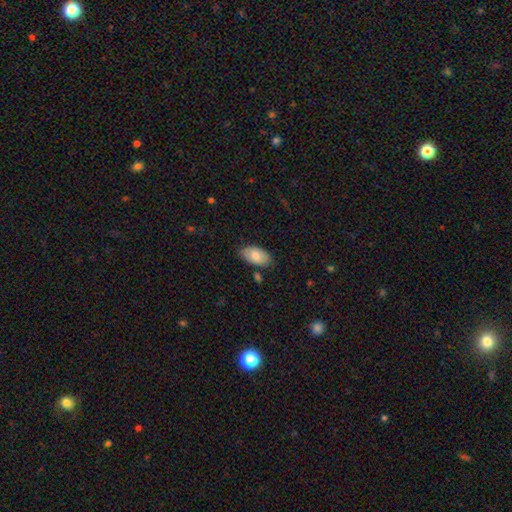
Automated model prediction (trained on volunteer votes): smooth 80%, featured or disk 14%, star or artifact 6%. Down the decision tree: how rounded — in between (95%); merging — none (78%).